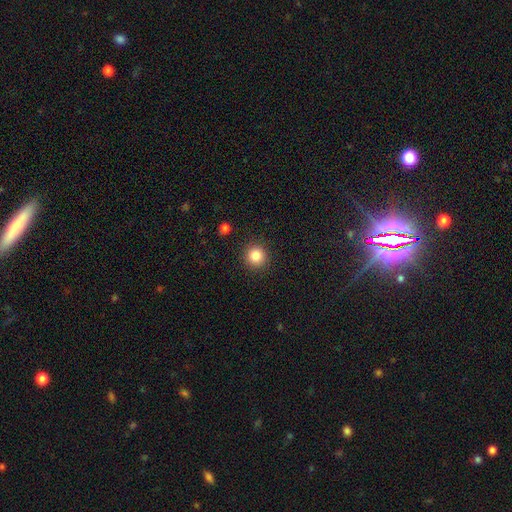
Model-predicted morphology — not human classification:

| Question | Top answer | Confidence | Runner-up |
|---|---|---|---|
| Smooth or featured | smooth | 84% | star or artifact (10%) |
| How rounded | round | 94% | in between (6%) |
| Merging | none | 91% | minor disturbance (6%) |